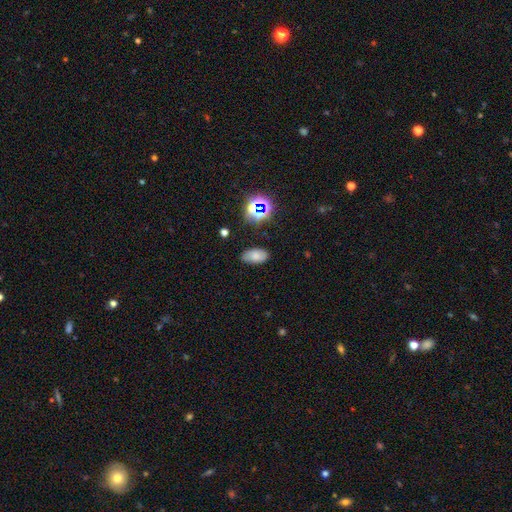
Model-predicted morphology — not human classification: smooth 68%, star or artifact 16%, featured or disk 16%. Down the decision tree: how rounded — in between (92%); merging — none (79%).